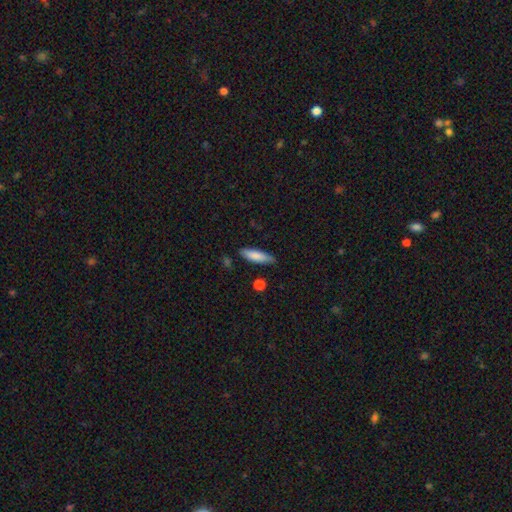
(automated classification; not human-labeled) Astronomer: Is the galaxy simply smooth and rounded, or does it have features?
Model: smooth — 81%.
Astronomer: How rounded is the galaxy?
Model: cigar-shaped — 62%.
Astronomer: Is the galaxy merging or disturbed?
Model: none — 80%.